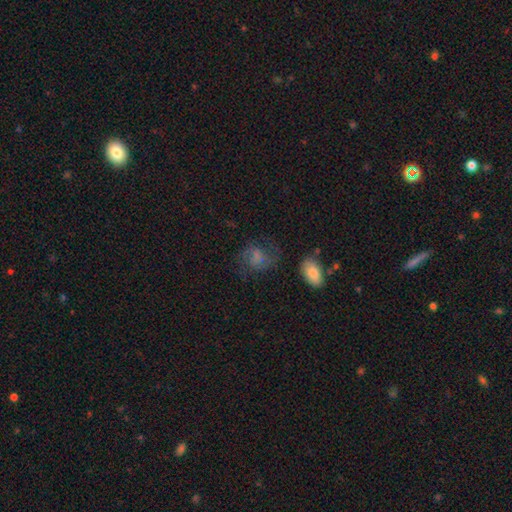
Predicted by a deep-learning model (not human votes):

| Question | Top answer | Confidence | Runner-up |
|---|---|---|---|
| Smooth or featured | featured or disk | 44% | smooth (38%) |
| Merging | none | 60% | minor disturbance (20%) |